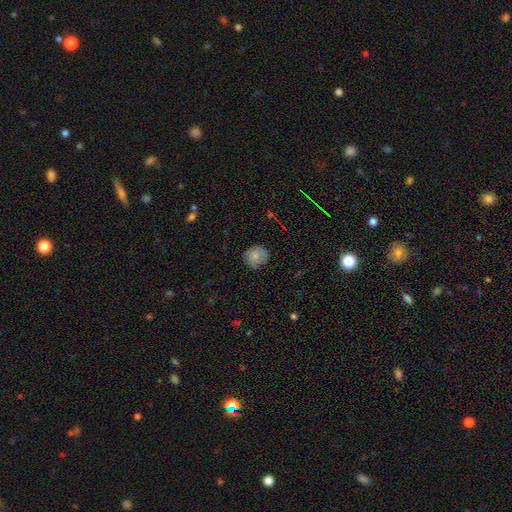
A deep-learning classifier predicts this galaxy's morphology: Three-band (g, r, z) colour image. It shows a smooth galaxy with no disk features (79%) that is round (82%). Merging: none (76%).